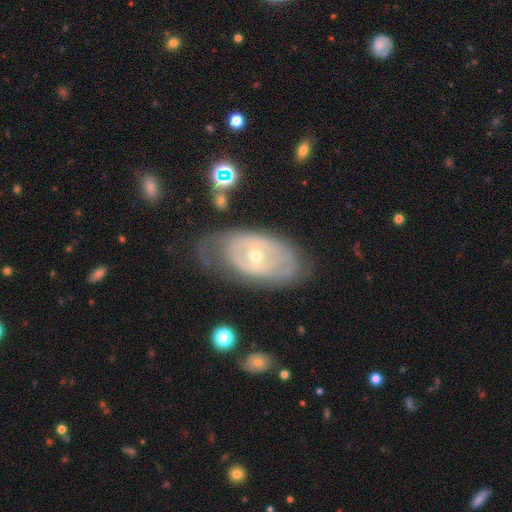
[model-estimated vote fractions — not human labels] Smooth or featured? featured or disk (75%)
Edge-on disk? no (93%)
Bar? no (71%)
Spiral arms? yes (54%)
Bulge size? small (52%)
Merging? none (60%)